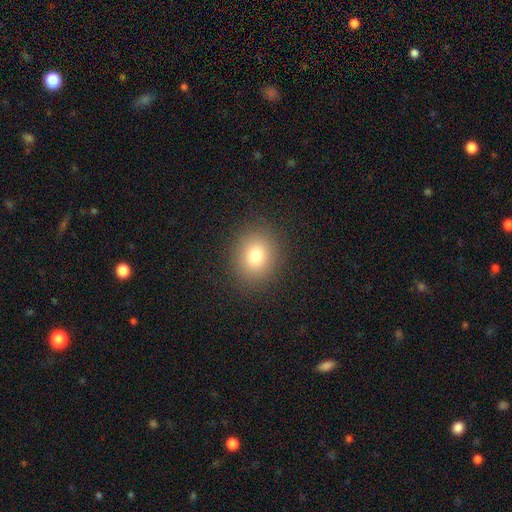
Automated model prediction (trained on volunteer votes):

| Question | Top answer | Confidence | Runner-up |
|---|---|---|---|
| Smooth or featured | smooth | 79% | star or artifact (12%) |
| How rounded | round | 59% | in between (40%) |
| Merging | none | 89% | minor disturbance (7%) |